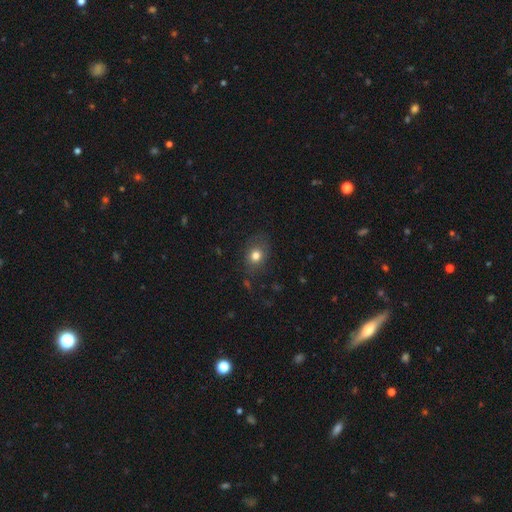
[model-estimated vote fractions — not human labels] smooth 77%, star or artifact 12%, featured or disk 11%. Down the decision tree: how rounded — in between (53%); merging — none (77%).